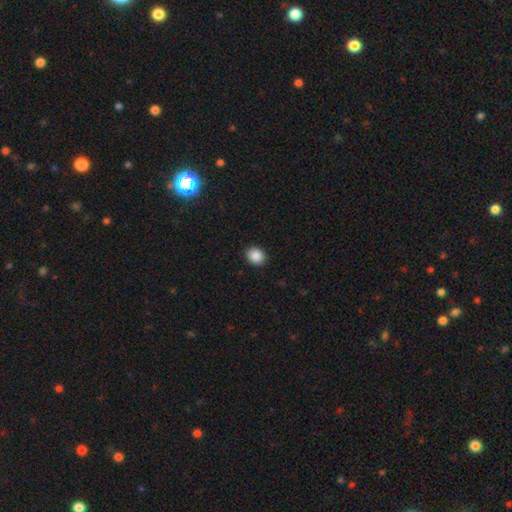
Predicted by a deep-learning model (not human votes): Smooth or featured: smooth — 88% (star or artifact — 9%)
How rounded: round — 64% (in between — 35%)
Merging: none — 91% (minor disturbance — 6%)